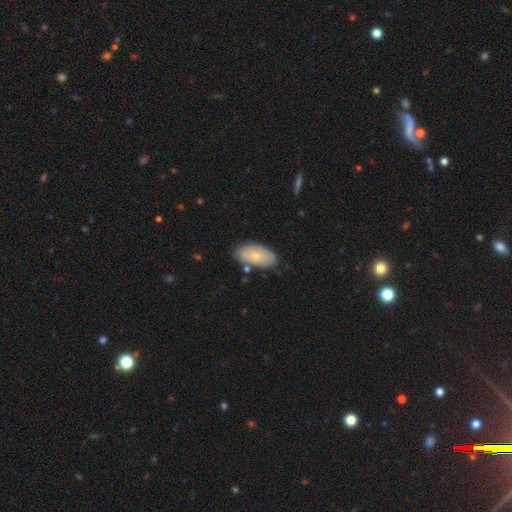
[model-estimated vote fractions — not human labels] Smooth or featured?
  - smooth: 68% *
  - featured or disk: 26%
  - star or artifact: 6%
How rounded?
  - in between: 94% *
  - cigar-shaped: 3%
  - round: 3%
Merging?
  - none: 79% *
  - minor disturbance: 15%
  - merger: 3%
  - major disturbance: 3%